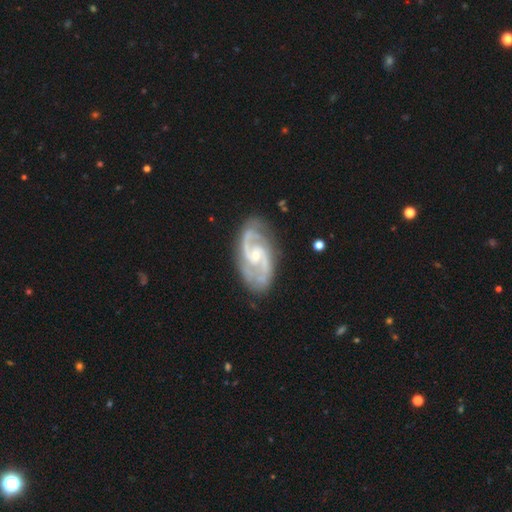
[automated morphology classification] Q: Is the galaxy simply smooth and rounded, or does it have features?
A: featured or disk — 92%.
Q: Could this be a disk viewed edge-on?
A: no — 97%.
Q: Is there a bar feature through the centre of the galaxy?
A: no — 47%.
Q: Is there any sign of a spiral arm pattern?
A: yes — 98%.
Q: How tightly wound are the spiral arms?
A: medium — 57%.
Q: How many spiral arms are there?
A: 2 — 85%.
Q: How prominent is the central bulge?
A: small — 65%.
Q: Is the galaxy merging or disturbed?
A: none — 79%.